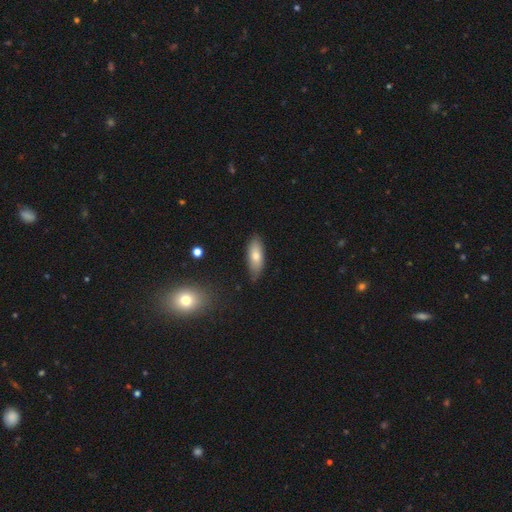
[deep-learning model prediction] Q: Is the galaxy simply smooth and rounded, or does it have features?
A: smooth — 73%.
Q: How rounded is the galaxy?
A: in between — 73%.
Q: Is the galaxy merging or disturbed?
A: none — 77%.